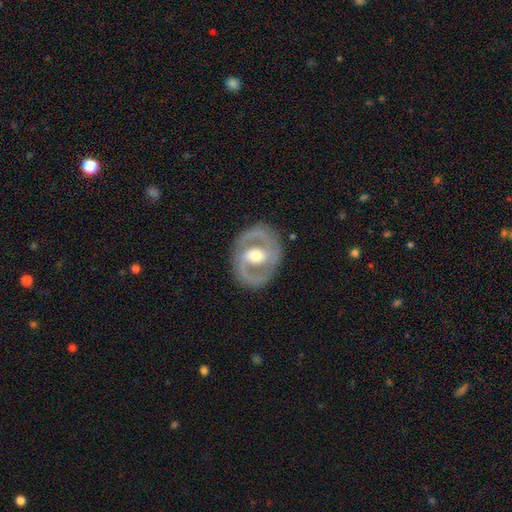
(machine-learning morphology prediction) Smooth or featured?
  - featured or disk: 82% *
  - smooth: 13%
  - star or artifact: 4%
Edge-on disk?
  - no: 96% *
  - yes: 4%
Bar?
  - weak: 41% *
  - no: 30%
  - strong: 28%
Spiral arms?
  - yes: 80% *
  - no: 20%
Spiral winding?
  - medium: 51% *
  - tight: 33%
  - loose: 16%
Spiral arm count?
  - 2: 88% *
  - can't tell: 5%
  - 1: 3%
  - 3: 1%
  - 4: 1%
  - more than 4: 1%
Bulge size?
  - moderate: 70% *
  - small: 14%
  - large: 13%
  - dominant: 1%
  - none: 1%
Merging?
  - none: 83% *
  - minor disturbance: 11%
  - major disturbance: 5%
  - merger: 1%